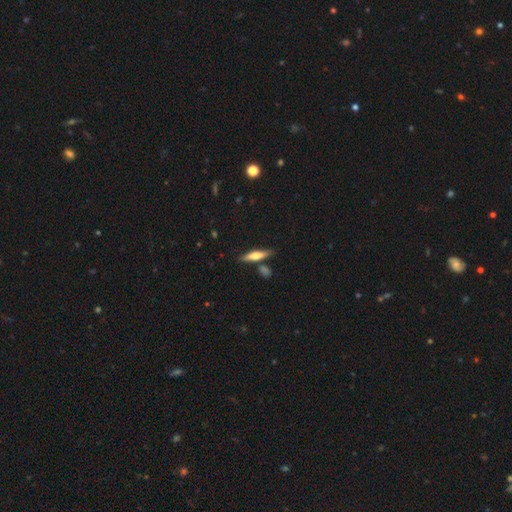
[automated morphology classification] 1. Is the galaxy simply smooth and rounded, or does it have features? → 49% smooth, 45% featured or disk, 6% star or artifact.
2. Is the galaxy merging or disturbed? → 79% none, 11% minor disturbance, 7% merger, 3% major disturbance.